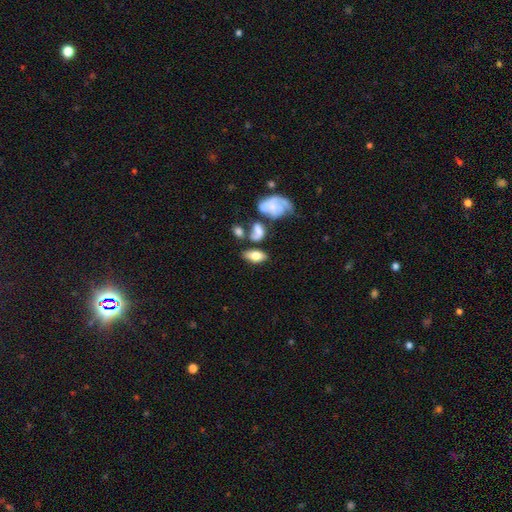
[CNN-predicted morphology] type=smooth (67%); roundness=in between (89%); merging=none (54%).